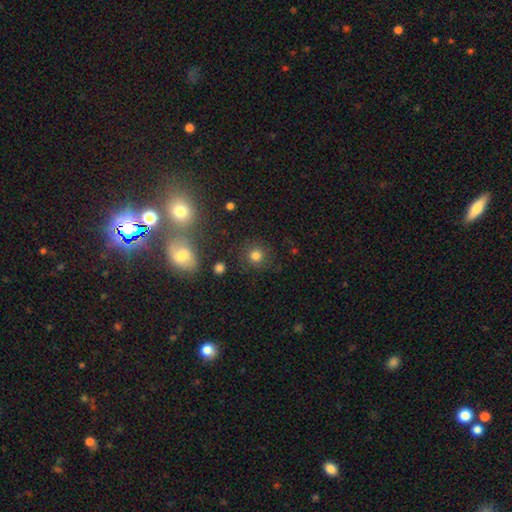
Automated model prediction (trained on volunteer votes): This appears to be a smooth galaxy with no disk features (78%) that is round (91%). Merging: none (84%).